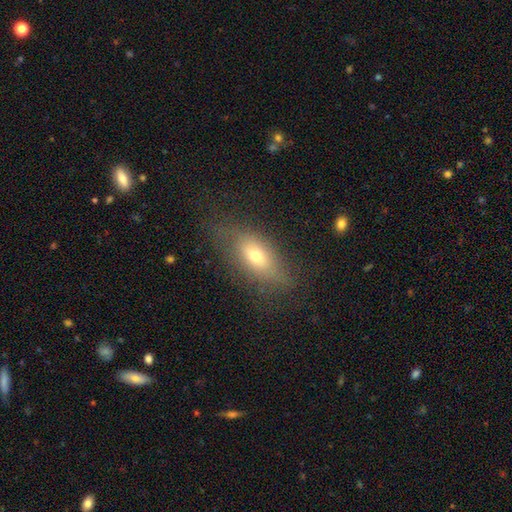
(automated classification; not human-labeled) A smooth galaxy with no disk features (64%) that is in between round and cigar-shaped (79%).

Vote fractions:
- Smooth or featured? smooth: 64% / featured or disk: 25% / star or artifact: 12%
- How rounded? in between: 79% / cigar-shaped: 12% / round: 9%
- Merging? none: 69% / minor disturbance: 19% / major disturbance: 11% / merger: 2%